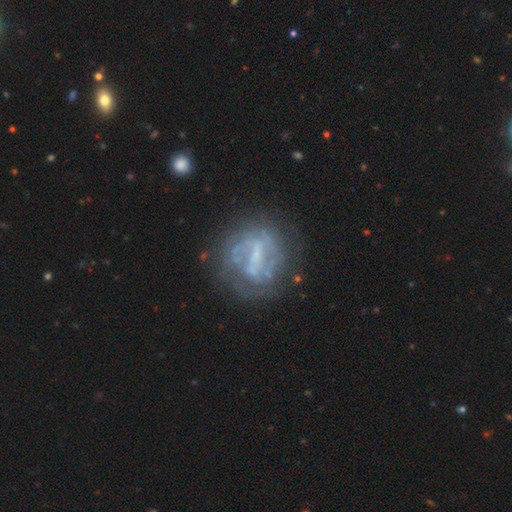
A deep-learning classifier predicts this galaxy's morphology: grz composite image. It shows a featured or disk galaxy (75%) with a weak bar (42%), spiral arms (56%) and a small central bulge (46%). Merging: none (66%).